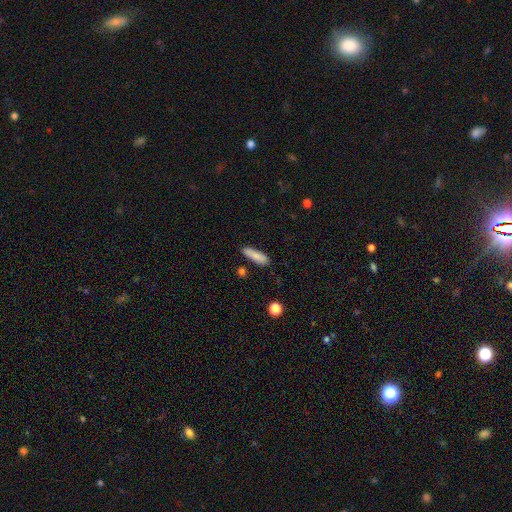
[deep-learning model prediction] This is clearly a smooth galaxy (82%). How rounded: likely cigar-shaped (62%). Merging: likely none (78%).